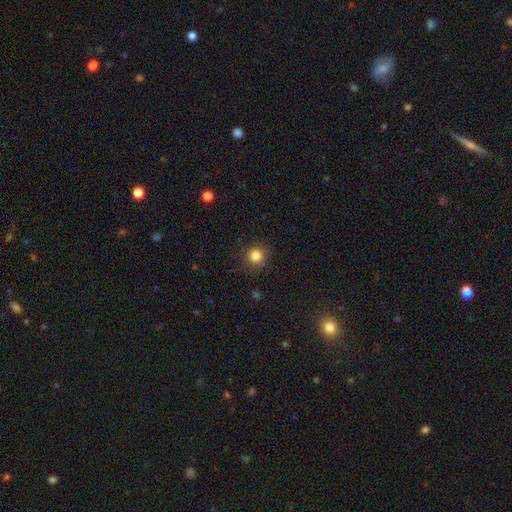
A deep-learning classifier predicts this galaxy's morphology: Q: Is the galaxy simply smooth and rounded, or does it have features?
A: smooth — 83%.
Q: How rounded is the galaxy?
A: round — 92%.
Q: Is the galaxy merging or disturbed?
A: none — 89%.